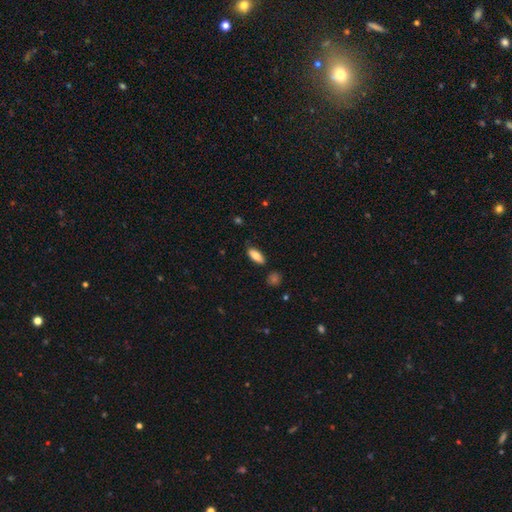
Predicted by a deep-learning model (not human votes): This appears to be a smooth galaxy with no disk features (78%) that is in between round and cigar-shaped (79%). Merging: none (85%).